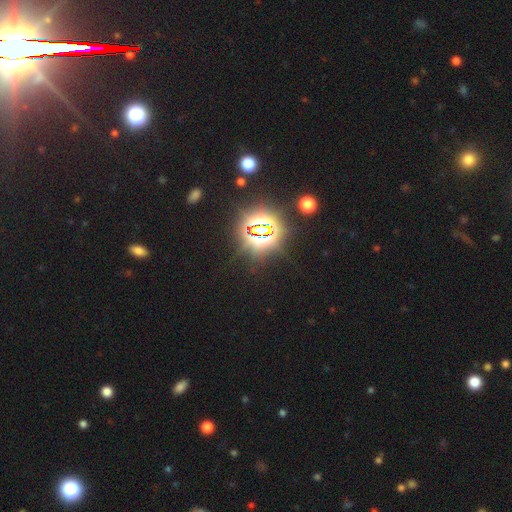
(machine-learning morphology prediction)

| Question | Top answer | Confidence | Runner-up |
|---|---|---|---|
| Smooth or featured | star or artifact | 81% | smooth (12%) |